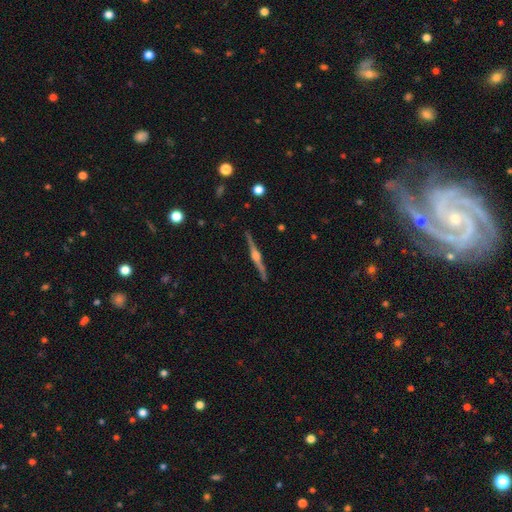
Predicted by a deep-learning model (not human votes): This appears to be a featured or disk galaxy (87%) viewed edge-on (99%) with a rounded central bulge (88%). Merging: none (92%).